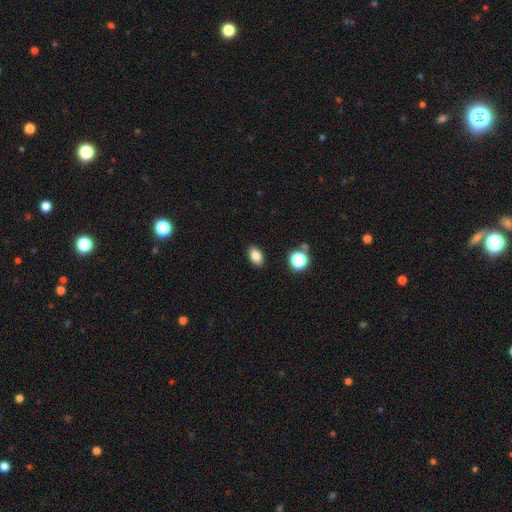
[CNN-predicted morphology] The model was most divided on "smooth or featured": smooth: 83%, star or artifact: 10%, featured or disk: 7%. More confident: merging — none (88%); how rounded — in between (86%).